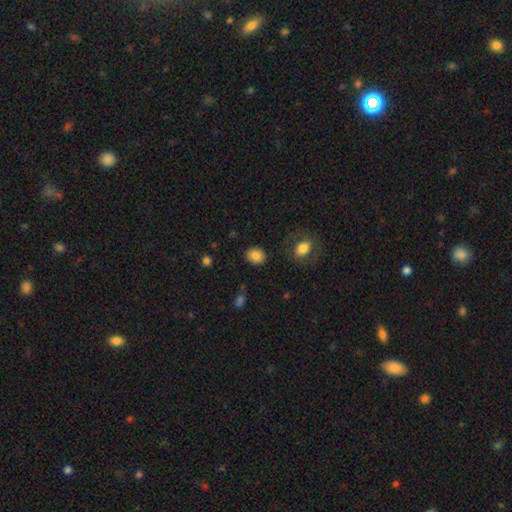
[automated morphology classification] smooth_or_featured: smooth (p=0.84) [alt: star or artifact p=0.10]
how_rounded: round (p=0.61) [alt: in between p=0.39]
merging: none (p=0.87) [alt: minor disturbance p=0.09]